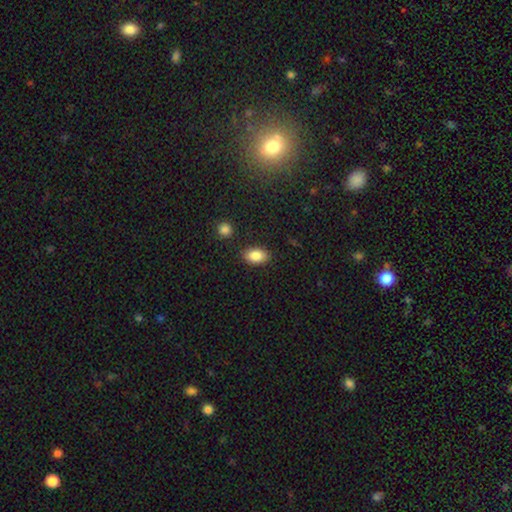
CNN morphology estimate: This appears to be a smooth galaxy with no disk features (86%) that is in between round and cigar-shaped (88%). Merging: none (86%).